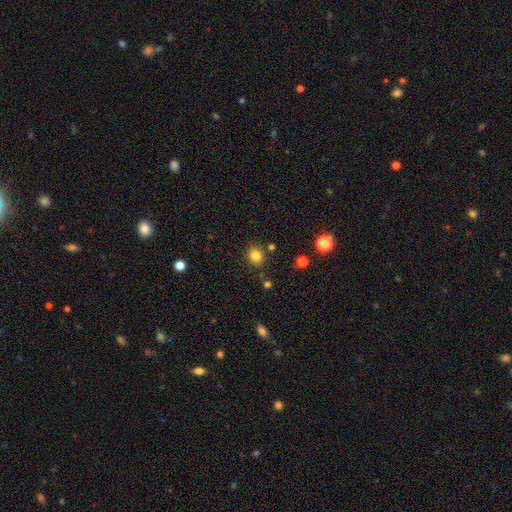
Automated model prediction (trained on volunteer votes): This appears to be a smooth galaxy with no disk features (81%) that is round (77%). Merging: none (85%).